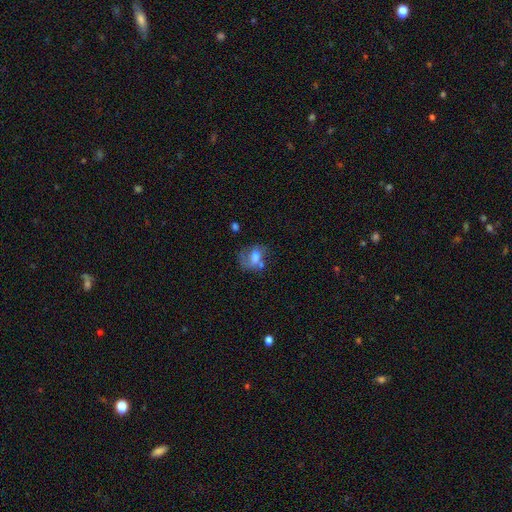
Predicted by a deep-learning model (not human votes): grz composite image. It shows a featured or disk galaxy (45%). Merging: none (34%).